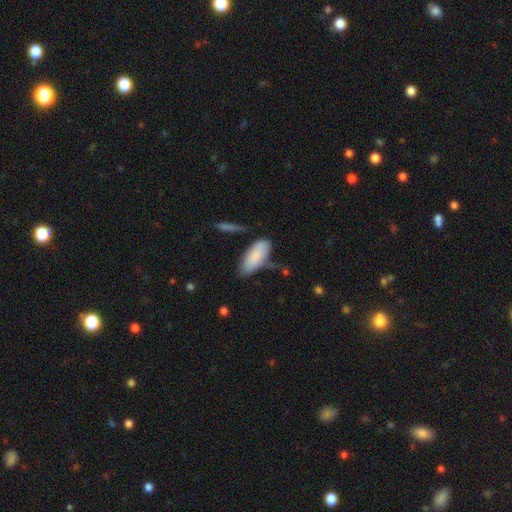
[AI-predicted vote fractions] Smooth or featured?
  - smooth: 81% *
  - featured or disk: 13%
  - star or artifact: 6%
How rounded?
  - in between: 84% *
  - cigar-shaped: 14%
  - round: 2%
Merging?
  - none: 53% *
  - minor disturbance: 29%
  - major disturbance: 10%
  - merger: 8%